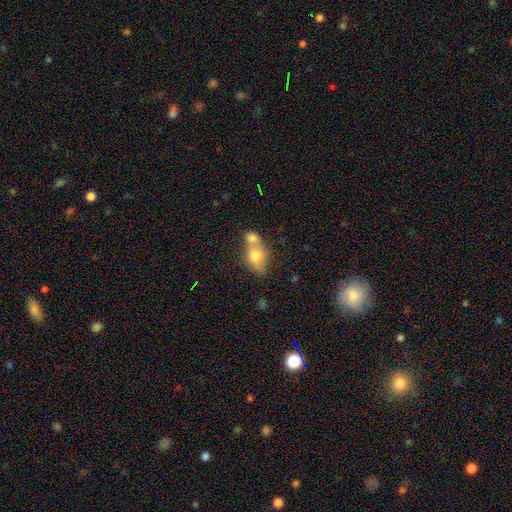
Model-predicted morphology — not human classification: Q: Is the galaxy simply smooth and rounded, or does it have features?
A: smooth — 72%.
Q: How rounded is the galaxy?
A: in between — 75%.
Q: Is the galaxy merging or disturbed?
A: merger — 59%.